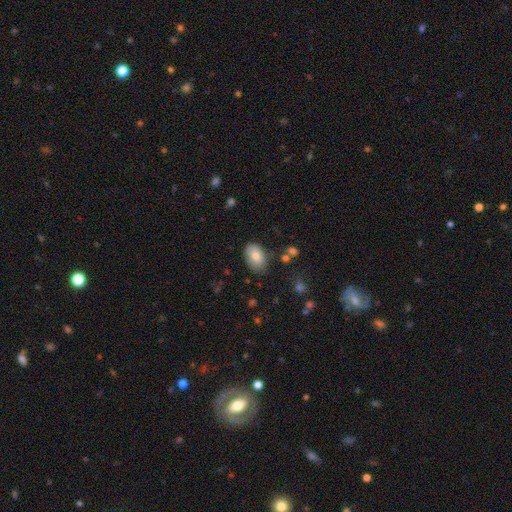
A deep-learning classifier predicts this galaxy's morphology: Overall: smooth (82%). How rounded: in between (90%). Merging: none (76%).